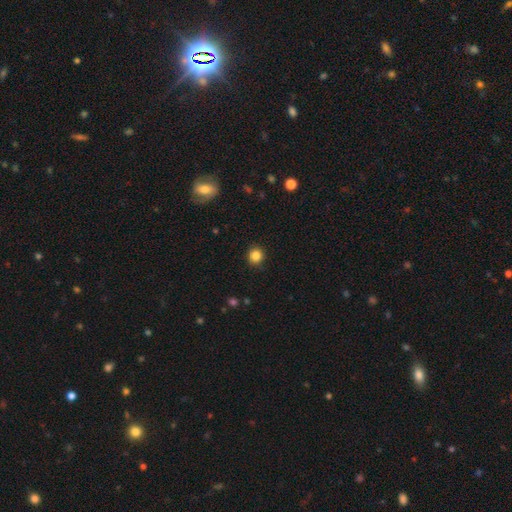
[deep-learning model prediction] The model was most divided on "smooth or featured": smooth: 85%, star or artifact: 11%, featured or disk: 4%. More confident: merging — none (90%); how rounded — round (87%).